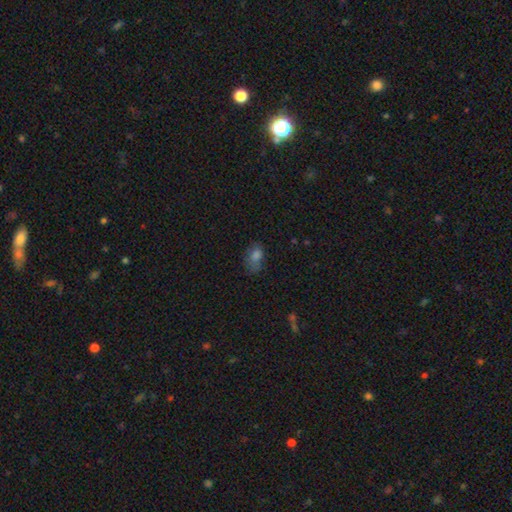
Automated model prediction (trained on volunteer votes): This is likely a smooth galaxy (72%). How rounded: clearly in between (81%). Merging: possibly none (54%).